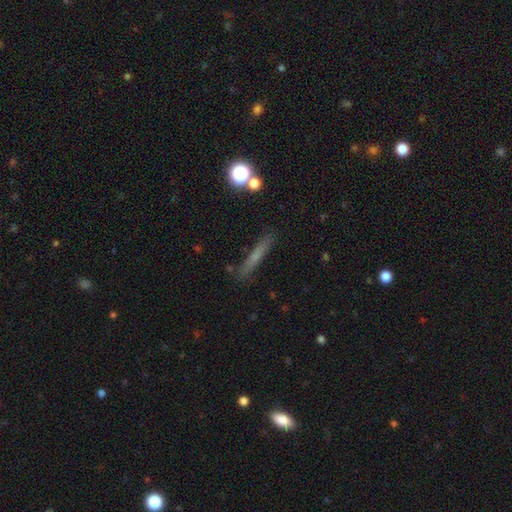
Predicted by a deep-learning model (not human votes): A smooth galaxy with no disk features (57%) that is cigar-shaped (92%). Merging: none (85%).